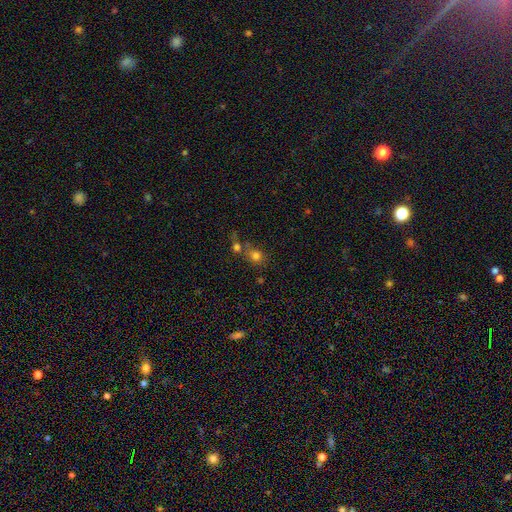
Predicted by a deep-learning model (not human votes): A smooth galaxy with no disk features (76%) that is round (76%). Merging: none (56%).